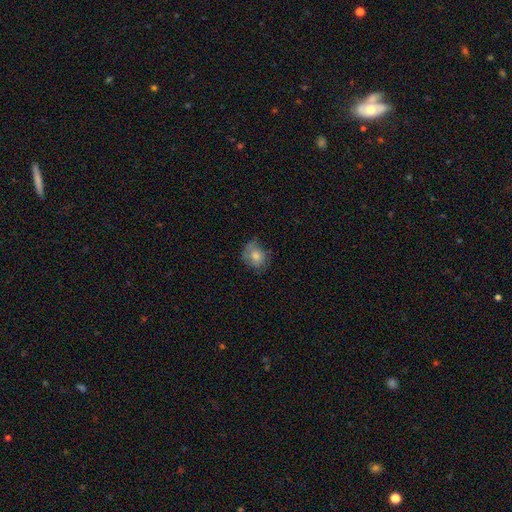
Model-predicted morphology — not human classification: Q: Smooth or featured?
A: smooth (61%); runner-up: featured or disk (27%)
Q: How rounded?
A: round (64%); runner-up: in between (35%)
Q: Merging?
A: none (61%); runner-up: minor disturbance (27%)